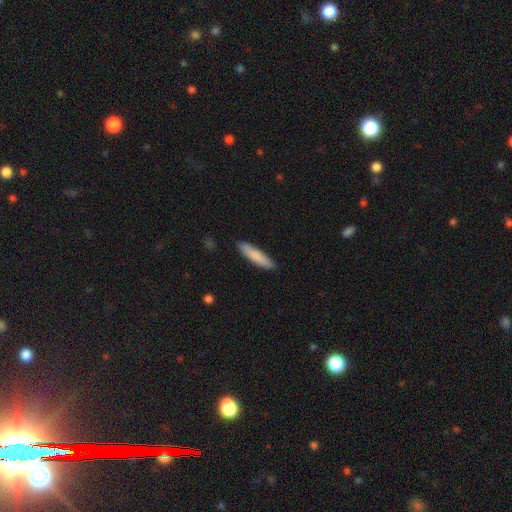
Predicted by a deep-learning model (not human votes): smooth_or_featured: smooth (p=0.83) [alt: featured or disk p=0.12]
how_rounded: cigar-shaped (p=0.83) [alt: in between p=0.16]
merging: none (p=0.88) [alt: minor disturbance p=0.09]